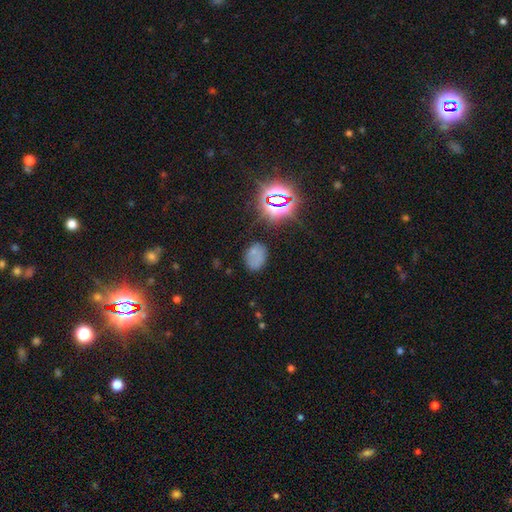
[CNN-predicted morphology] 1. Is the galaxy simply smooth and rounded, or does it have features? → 56% smooth, 29% star or artifact, 15% featured or disk.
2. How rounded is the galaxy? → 74% in between, 24% round, 1% cigar-shaped.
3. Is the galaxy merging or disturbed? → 66% none, 20% minor disturbance, 9% major disturbance, 5% merger.